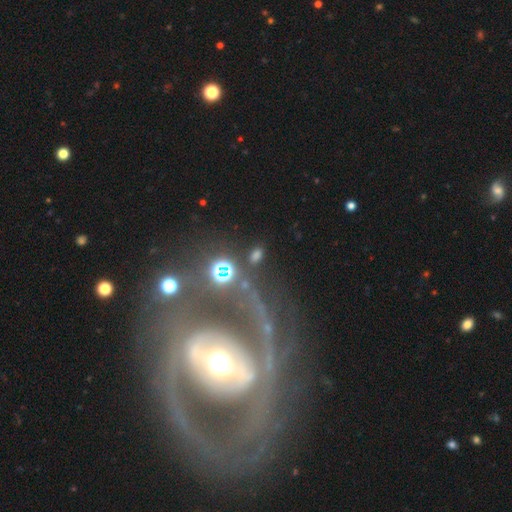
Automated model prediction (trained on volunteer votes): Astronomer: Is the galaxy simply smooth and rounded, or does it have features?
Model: smooth — 54% (runner-up: star or artifact, 33%).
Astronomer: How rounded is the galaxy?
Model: in between — 74%.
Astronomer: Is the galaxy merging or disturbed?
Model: none — 76%.